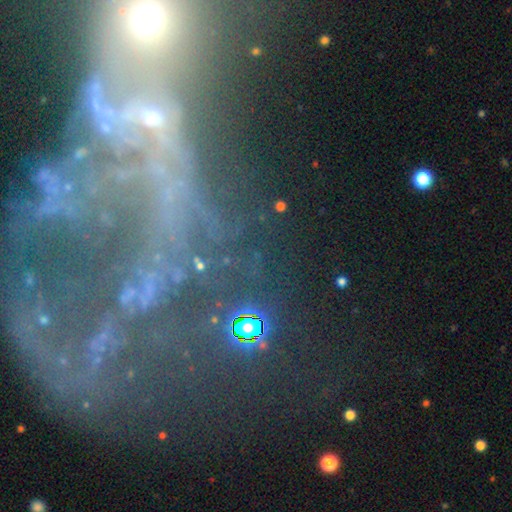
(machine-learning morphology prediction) Smooth or featured: featured or disk — 49% (star or artifact — 34%)
Merging: none — 44% (major disturbance — 26%)